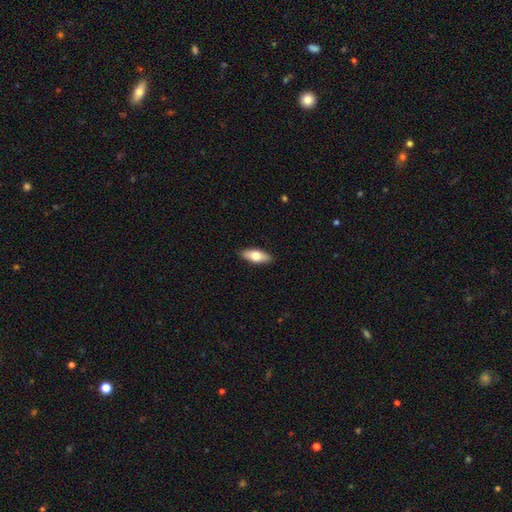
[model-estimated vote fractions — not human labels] Smooth or featured? Predicted: smooth (p=0.68). How rounded? Predicted: in between (p=0.75). Merging? Predicted: none (p=0.90).